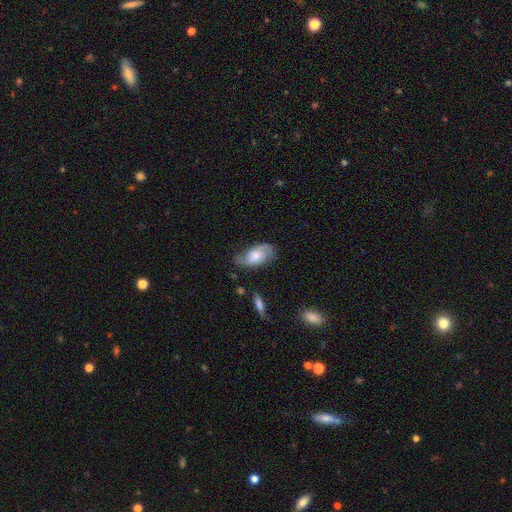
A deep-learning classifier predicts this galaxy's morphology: featured or disk 69%, smooth 25%, star or artifact 6%. Down the decision tree: edge-on disk — no (94%); bar — no (66%); spiral arms — yes (92%); spiral arm count — 2 (81%); spiral winding — medium (44%); bulge size — moderate (58%); merging — none (65%).